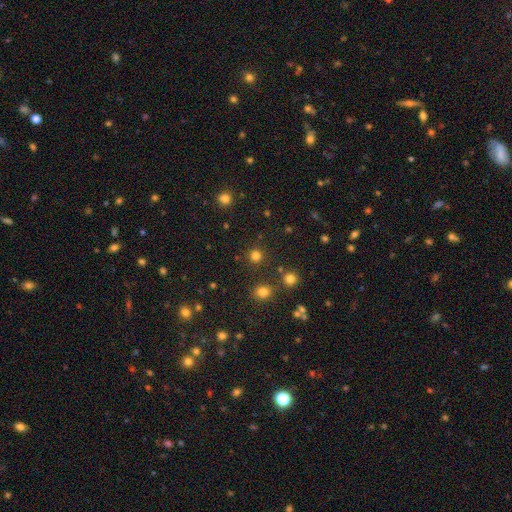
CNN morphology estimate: This appears to be a smooth galaxy with no disk features (78%) that is round (94%). Merging: none (87%).